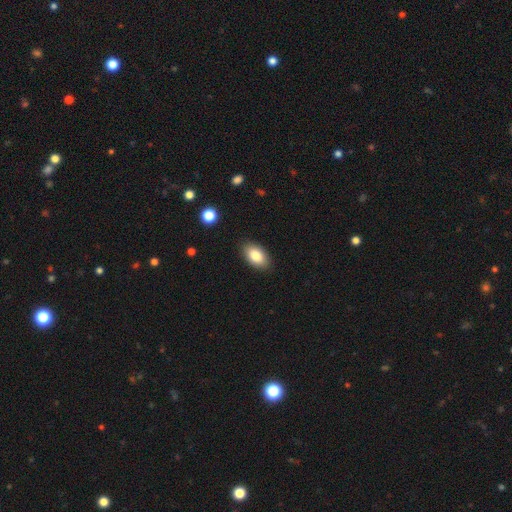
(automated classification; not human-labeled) Smooth or featured? Predicted: smooth (p=0.84). How rounded? Predicted: in between (p=0.94). Merging? Predicted: none (p=0.88).